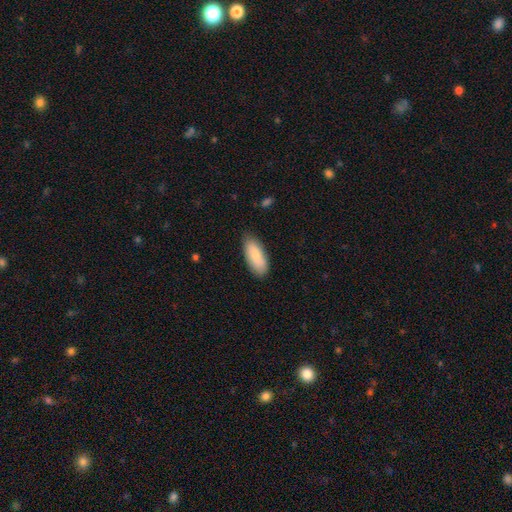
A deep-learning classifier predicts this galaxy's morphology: A smooth galaxy with no disk features (80%) that is in between round and cigar-shaped (86%). Merging: none (82%).